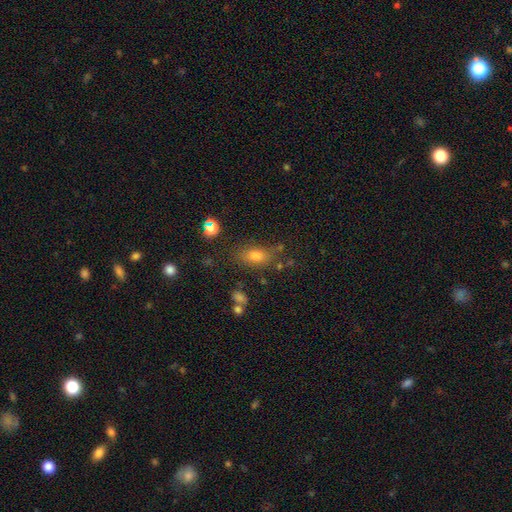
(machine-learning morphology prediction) A smooth galaxy with no disk features (73%) that is in between round and cigar-shaped (78%). Merging: none (71%).